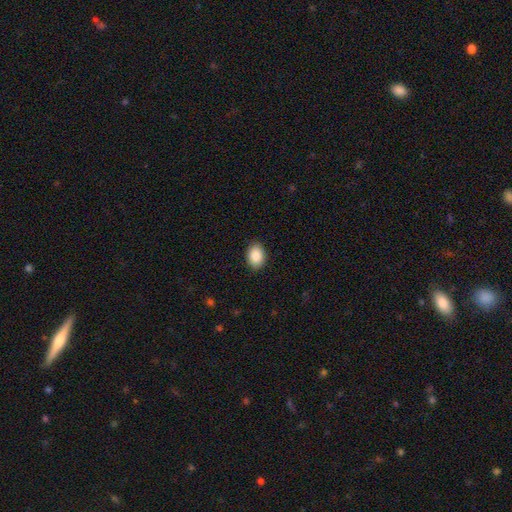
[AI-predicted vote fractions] Smooth or featured? Predicted: smooth (p=0.88). How rounded? Predicted: in between (p=0.76). Merging? Predicted: none (p=0.89).